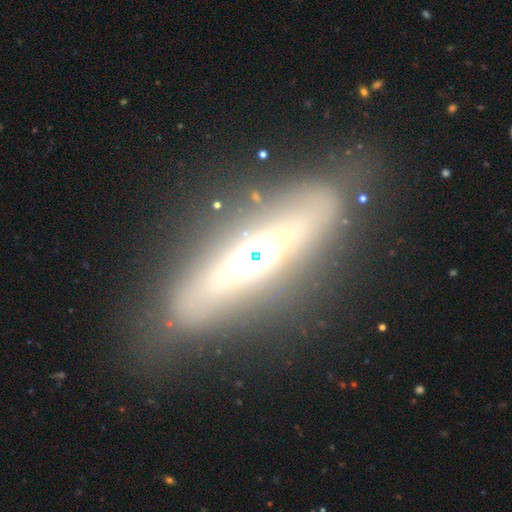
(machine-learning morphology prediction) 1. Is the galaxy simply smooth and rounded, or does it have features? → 62% featured or disk, 25% smooth, 13% star or artifact.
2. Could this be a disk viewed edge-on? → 78% yes, 22% no.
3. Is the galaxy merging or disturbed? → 71% none, 15% minor disturbance, 11% major disturbance, 2% merger.